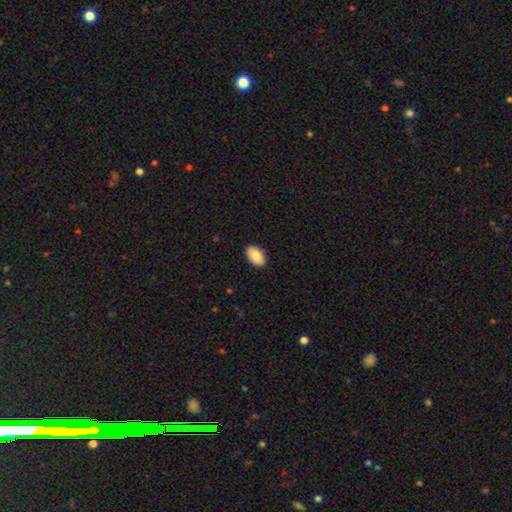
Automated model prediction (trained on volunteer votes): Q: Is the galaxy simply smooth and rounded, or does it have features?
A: smooth — 84%.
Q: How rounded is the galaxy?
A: in between — 93%.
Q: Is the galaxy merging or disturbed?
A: none — 89%.